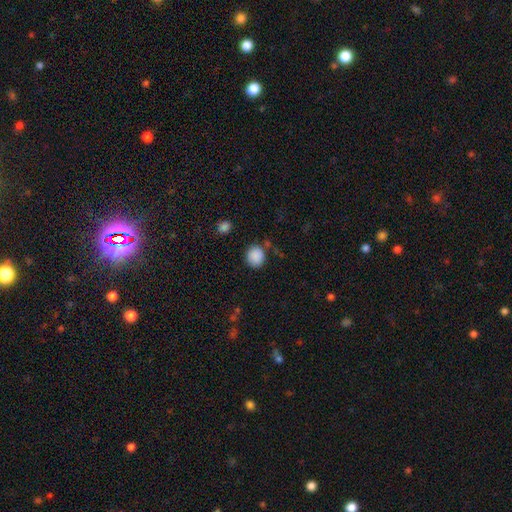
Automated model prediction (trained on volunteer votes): This appears to be a smooth galaxy with no disk features (88%) that is round (83%). Merging: none (78%).